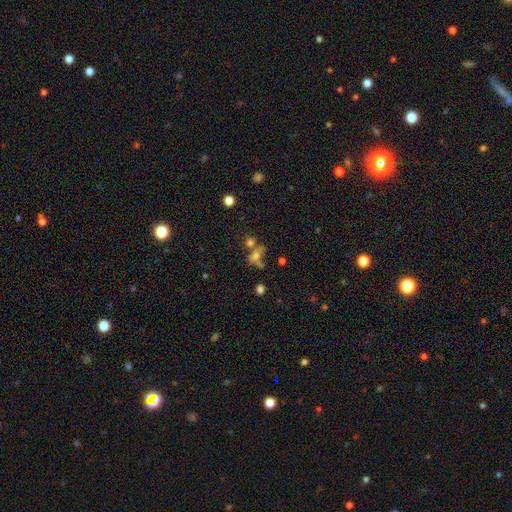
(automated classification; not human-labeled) smooth 48%, featured or disk 29%, star or artifact 23%. Down the decision tree: merging — merger (37%, tied with none).